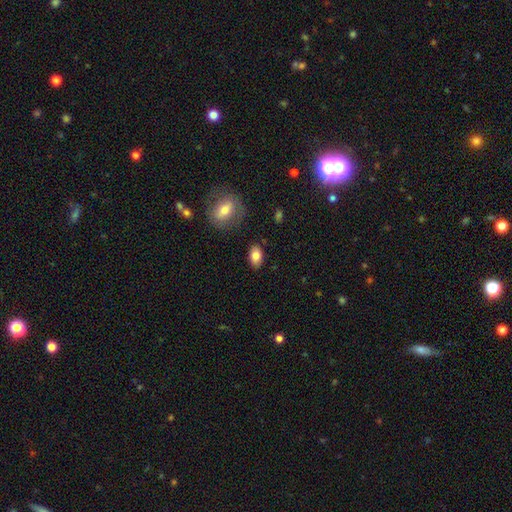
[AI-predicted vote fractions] Smooth or featured? smooth (82%)
How rounded? in between (89%)
Merging? none (86%)